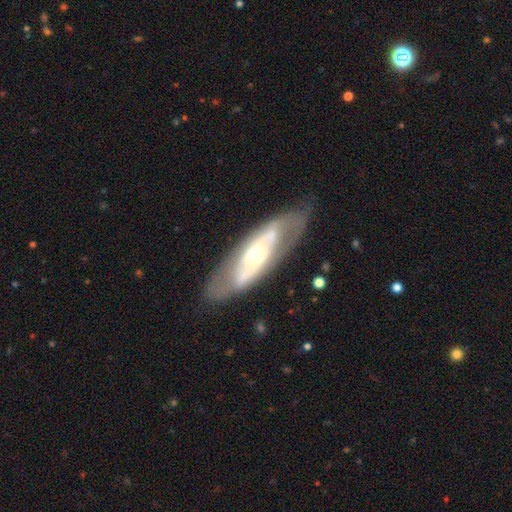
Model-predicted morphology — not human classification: This appears to be a featured or disk galaxy (71%) with no bar (55%), no spiral arms (53%) and a moderate central bulge (64%). Merging: none (76%).